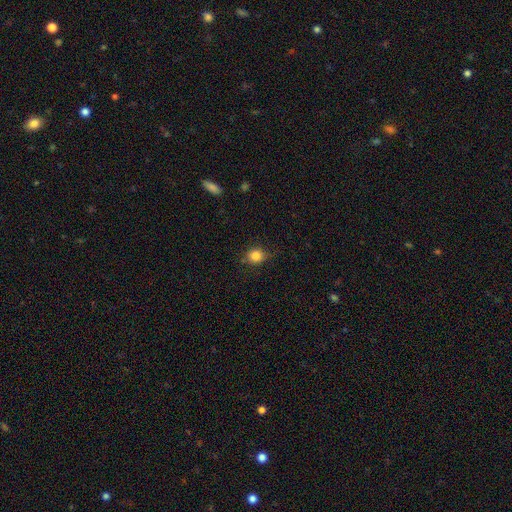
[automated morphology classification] A smooth galaxy with no disk features (84%) that is round (82%).

Vote fractions:
- Smooth or featured? smooth: 84% / star or artifact: 11% / featured or disk: 5%
- How rounded? round: 82% / in between: 17% / cigar-shaped: 1%
- Merging? none: 77% / minor disturbance: 17% / major disturbance: 4% / merger: 1%